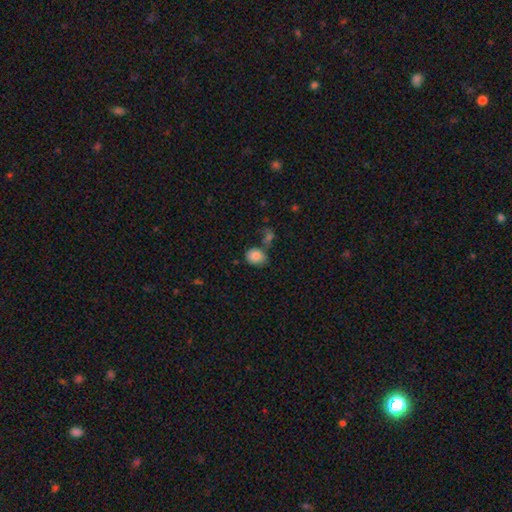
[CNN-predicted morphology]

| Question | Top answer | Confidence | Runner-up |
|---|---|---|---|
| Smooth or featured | smooth | 84% | star or artifact (9%) |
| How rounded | in between | 51% | round (48%) |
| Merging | none | 52% | merger (22%) |